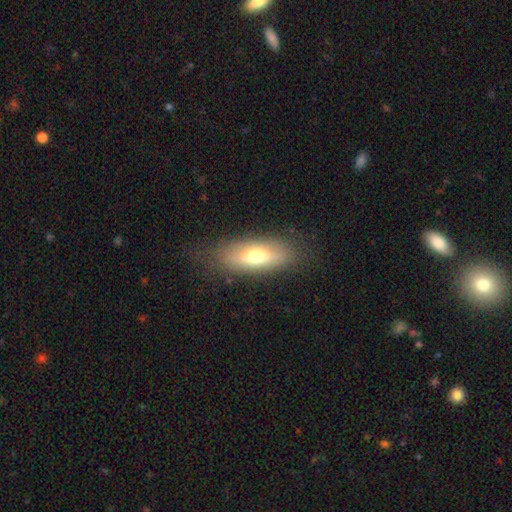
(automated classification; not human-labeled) smooth-or-featured: smooth: 65% | featured or disk: 27% | star or artifact: 8%
  how-rounded: in between: 71% | cigar-shaped: 25% | round: 4%
  merging: none: 79% | minor disturbance: 14% | major disturbance: 6% | merger: 1%